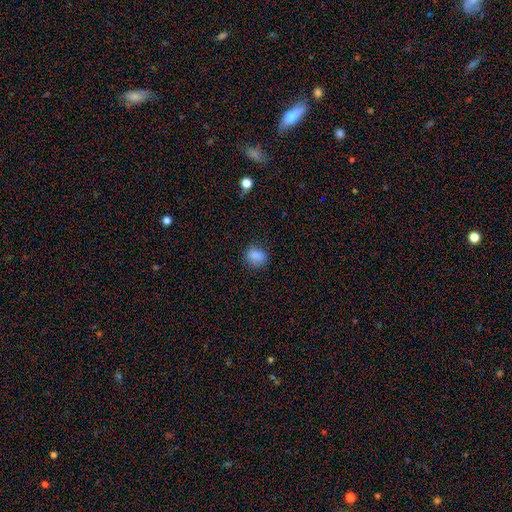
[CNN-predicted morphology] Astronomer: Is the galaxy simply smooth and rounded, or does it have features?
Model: smooth — 85%.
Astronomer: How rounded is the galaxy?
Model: round — 62%.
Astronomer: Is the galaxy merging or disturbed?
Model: none — 80%.